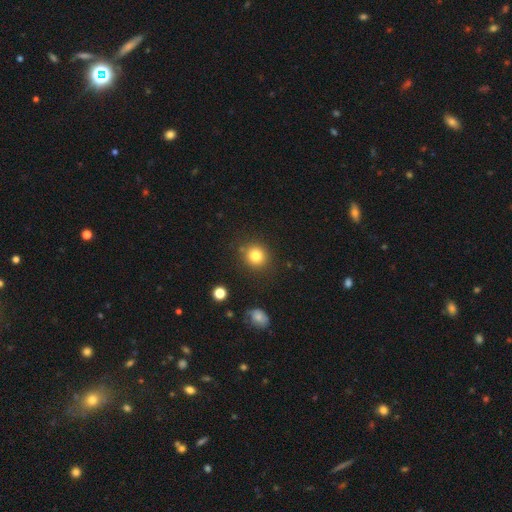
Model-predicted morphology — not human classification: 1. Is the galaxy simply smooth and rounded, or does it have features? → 82% smooth, 12% star or artifact, 7% featured or disk.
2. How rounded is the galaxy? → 88% round, 11% in between, 1% cigar-shaped.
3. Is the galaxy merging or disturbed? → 84% none, 9% minor disturbance, 3% merger, 3% major disturbance.